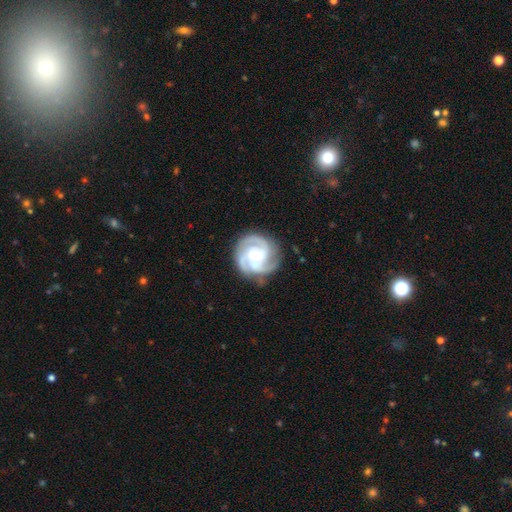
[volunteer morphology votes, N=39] Q: Smooth or featured?
A: featured or disk (82%); runner-up: smooth (10%)
Q: Edge-on disk?
A: no (94%); runner-up: yes (6%)
Q: Bar?
A: no (67%); runner-up: strong (17%)
Q: Spiral arms?
A: yes (100%)
Q: Spiral winding?
A: tight (50%); runner-up: medium (47%)
Q: Spiral arm count?
A: 3 (90%); runner-up: 2 (7%)
Q: Bulge size?
A: moderate (57%); runner-up: small (37%)
Q: Merging?
A: none (67%); runner-up: minor disturbance (22%)